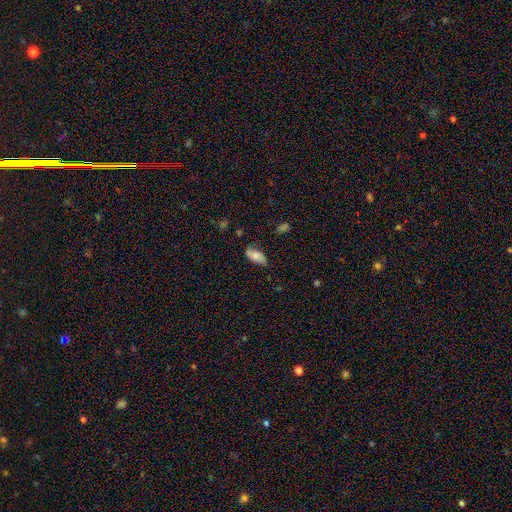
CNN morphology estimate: smooth-or-featured: smooth: 75% | featured or disk: 18% | star or artifact: 7%
  how-rounded: in between: 91% | cigar-shaped: 6% | round: 3%
  merging: none: 70% | minor disturbance: 24% | major disturbance: 5% | merger: 2%